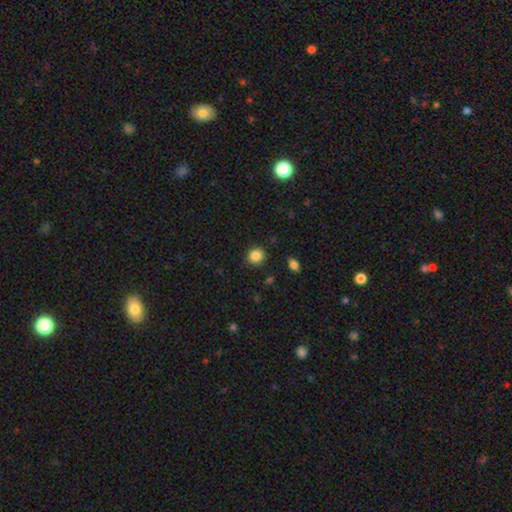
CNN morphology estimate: Smooth or featured? Predicted: smooth (p=0.86). How rounded? Predicted: round (p=0.83). Merging? Predicted: none (p=0.89).